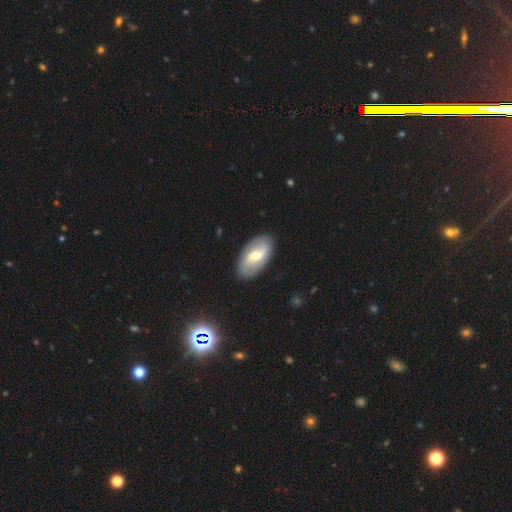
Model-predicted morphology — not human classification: smooth-or-featured: featured or disk: 58% | smooth: 37% | star or artifact: 6%
  disk-edge-on: no: 93% | yes: 7%
    bar: weak: 50% | strong: 26% | no: 25%
    has-spiral-arms: yes: 68% | no: 32%
    bulge-size: moderate: 61% | small: 32% | large: 4% | none: 1% | dominant: 1%
  merging: none: 87% | minor disturbance: 9% | major disturbance: 2% | merger: 1%